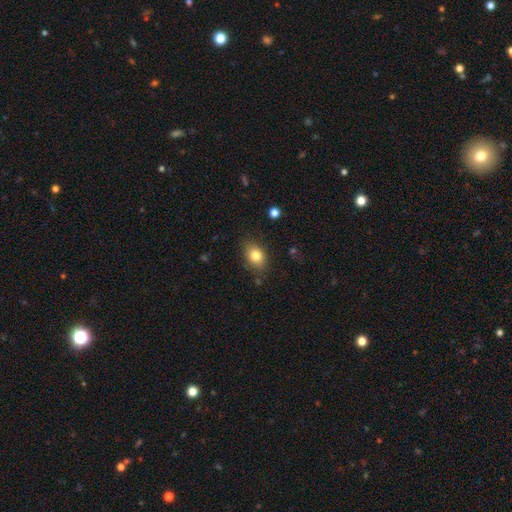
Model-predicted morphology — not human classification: This appears to be a smooth galaxy with no disk features (81%) that is in between round and cigar-shaped (76%). Merging: none (82%).